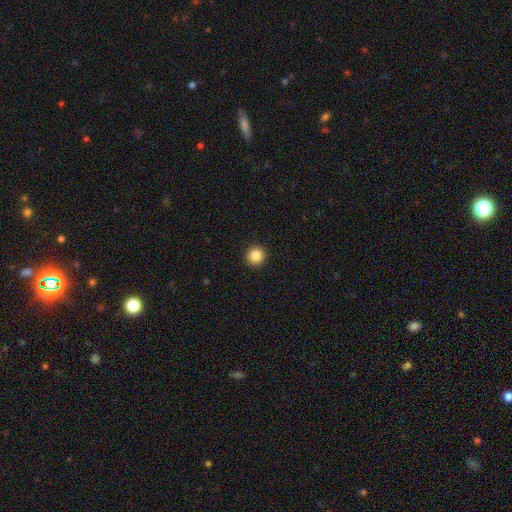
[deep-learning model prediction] Overall: smooth (86%). How rounded: round (95%). Merging: none (93%).